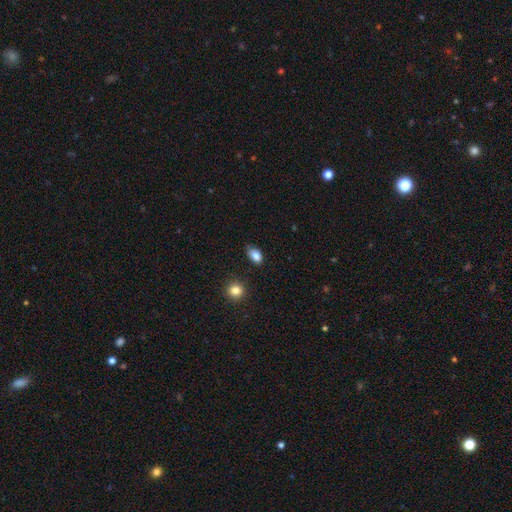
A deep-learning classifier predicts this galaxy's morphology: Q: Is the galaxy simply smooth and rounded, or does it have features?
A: smooth — 84%.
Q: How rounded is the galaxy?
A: in between — 87%.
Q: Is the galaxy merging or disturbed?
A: none — 70%.